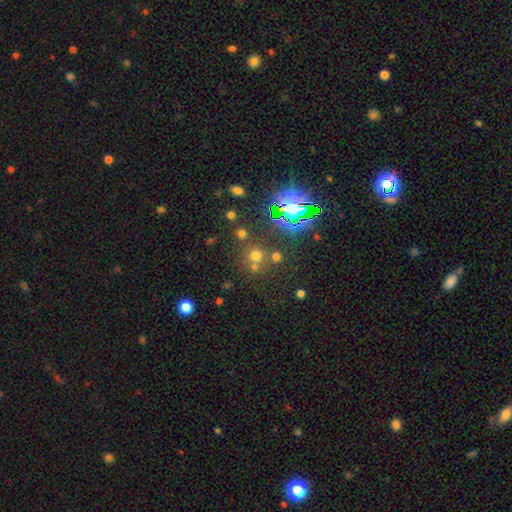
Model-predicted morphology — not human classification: This appears to be a smooth galaxy with no disk features (53%) that is round (89%). Merging: none (64%).